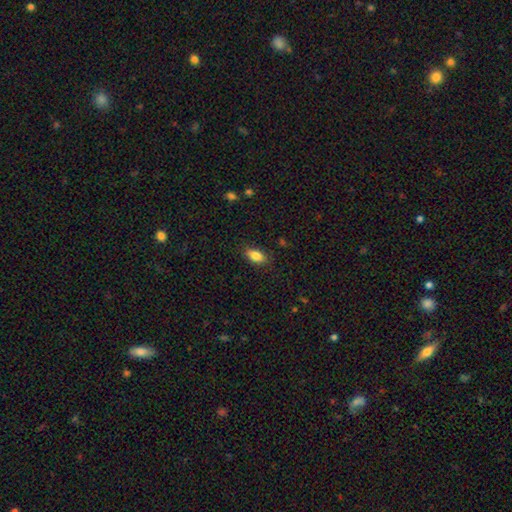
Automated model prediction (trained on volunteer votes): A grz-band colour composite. It shows a smooth galaxy with no disk features (84%) that is in between round and cigar-shaped (89%). Merging: none (86%).